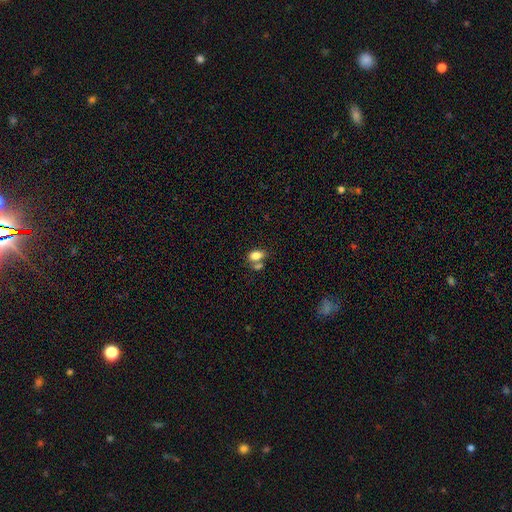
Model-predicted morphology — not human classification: Smooth or featured? smooth (82%)
How rounded? in between (86%)
Merging? none (46%)